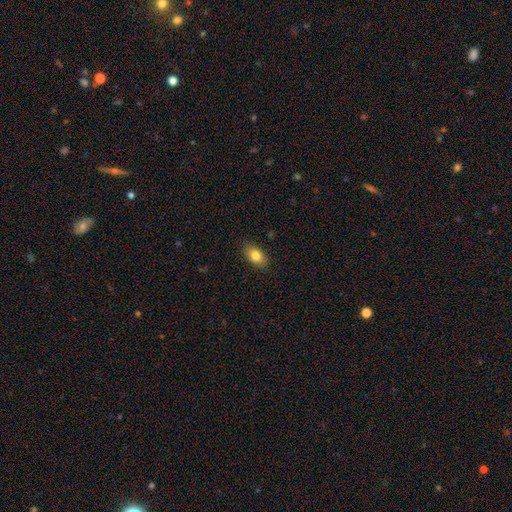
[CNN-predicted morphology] type=smooth (82%); roundness=in between (88%); merging=none (86%).